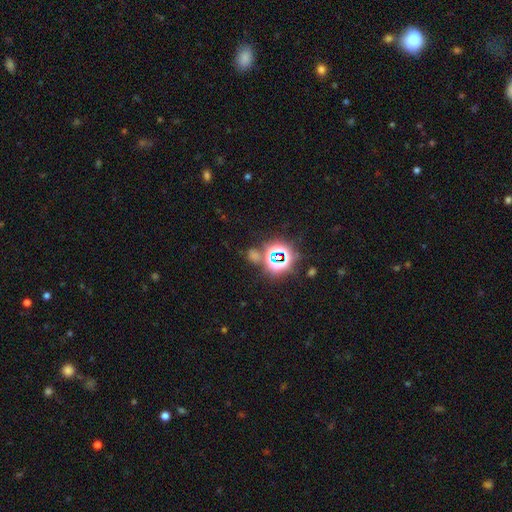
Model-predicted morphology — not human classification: smooth_or_featured: star or artifact (p=0.74) [alt: smooth p=0.18]